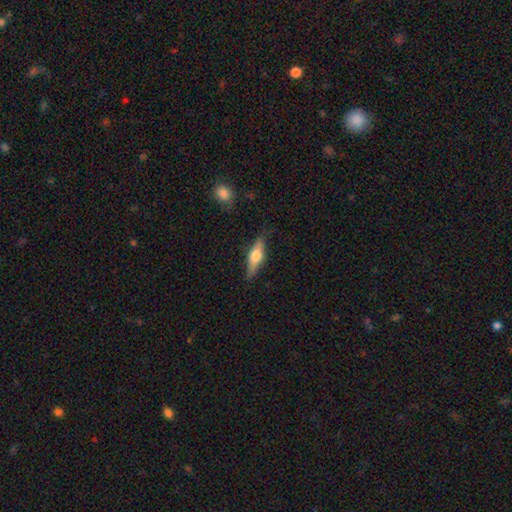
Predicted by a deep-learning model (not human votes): Smooth or featured? Predicted: featured or disk (p=0.51). Edge-on disk? Predicted: yes (p=0.93). Merging? Predicted: none (p=0.84).